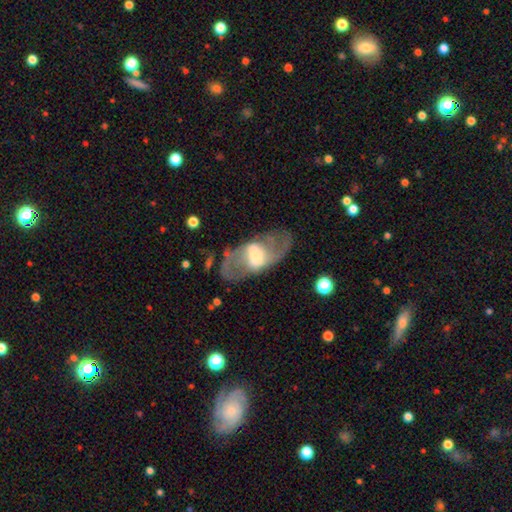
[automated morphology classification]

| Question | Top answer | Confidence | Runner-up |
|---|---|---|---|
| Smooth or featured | featured or disk | 73% | smooth (20%) |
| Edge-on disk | no | 93% | yes (7%) |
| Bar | weak | 42% | strong (36%) |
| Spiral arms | yes | 76% | no (24%) |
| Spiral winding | medium | 44% | loose (38%) |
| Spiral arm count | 2 | 75% | can't tell (15%) |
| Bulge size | moderate | 37% | large (35%) |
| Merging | none | 58% | major disturbance (20%) |